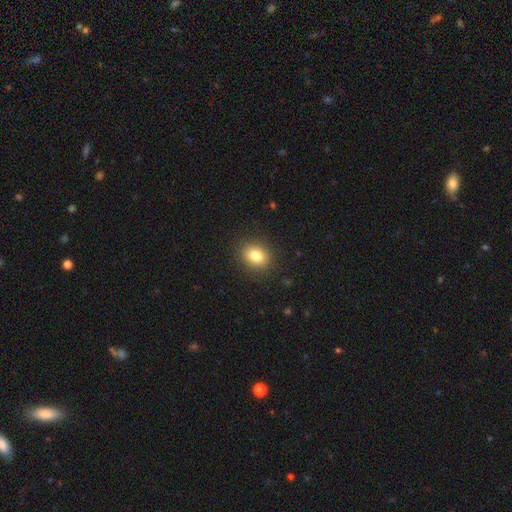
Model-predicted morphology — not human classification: A smooth galaxy with no disk features (82%) that is in between round and cigar-shaped (50%). Merging: none (88%).